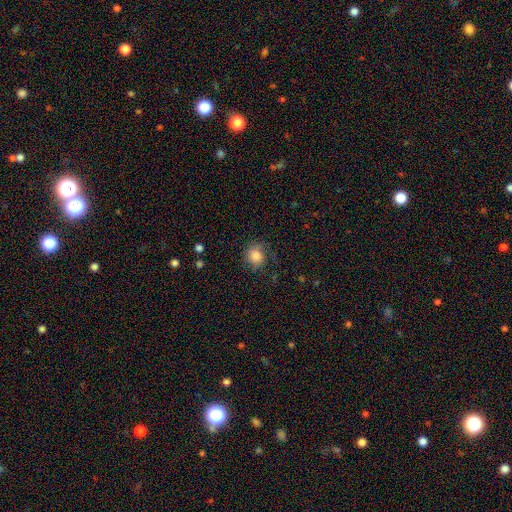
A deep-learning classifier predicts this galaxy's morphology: This is clearly a smooth galaxy (83%). How rounded: clearly round (84%). Merging: likely none (73%).